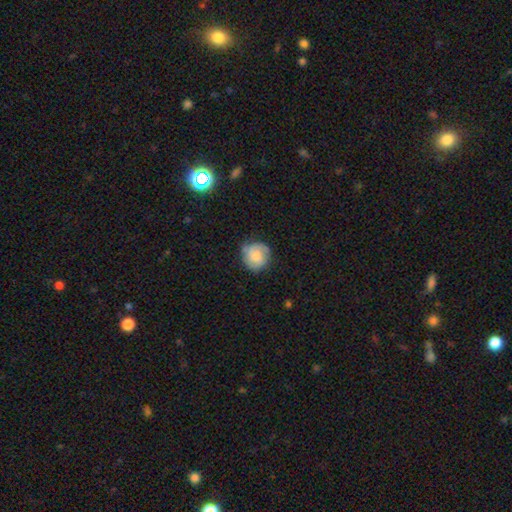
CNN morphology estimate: Smooth or featured: smooth — 55% (featured or disk — 38%)
How rounded: round — 86% (in between — 13%)
Merging: none — 69% (minor disturbance — 24%)